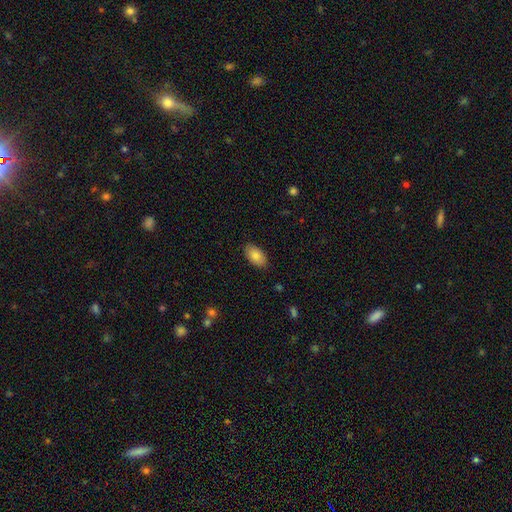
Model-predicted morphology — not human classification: Smooth or featured: smooth — 85% (featured or disk — 9%)
How rounded: in between — 94% (round — 4%)
Merging: none — 86% (minor disturbance — 10%)